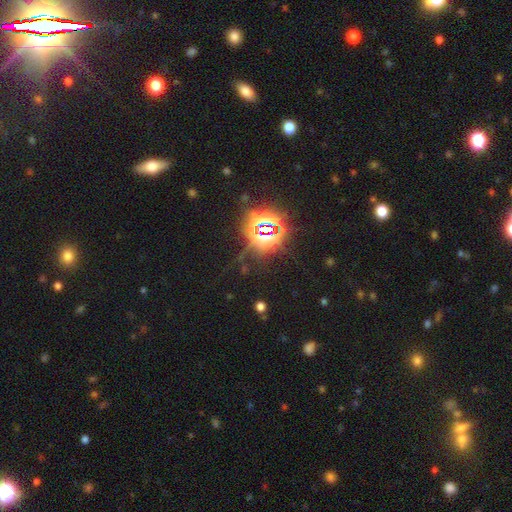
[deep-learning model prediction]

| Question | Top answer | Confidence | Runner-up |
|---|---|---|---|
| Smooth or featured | star or artifact | 80% | smooth (13%) |